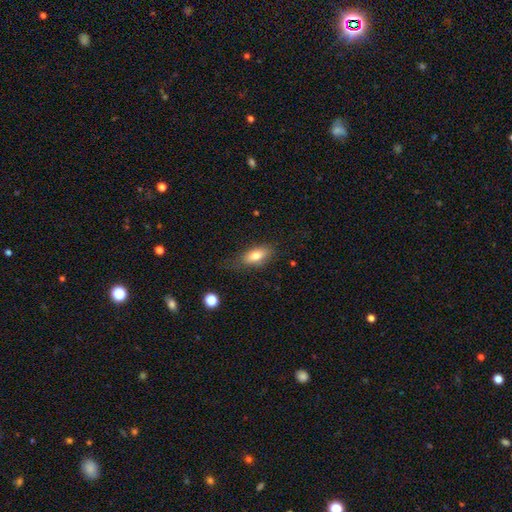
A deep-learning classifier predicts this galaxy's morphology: Smooth or featured?
  - smooth: 77% *
  - featured or disk: 15%
  - star or artifact: 8%
How rounded?
  - in between: 84% *
  - cigar-shaped: 11%
  - round: 5%
Merging?
  - none: 69% *
  - minor disturbance: 22%
  - major disturbance: 7%
  - merger: 2%